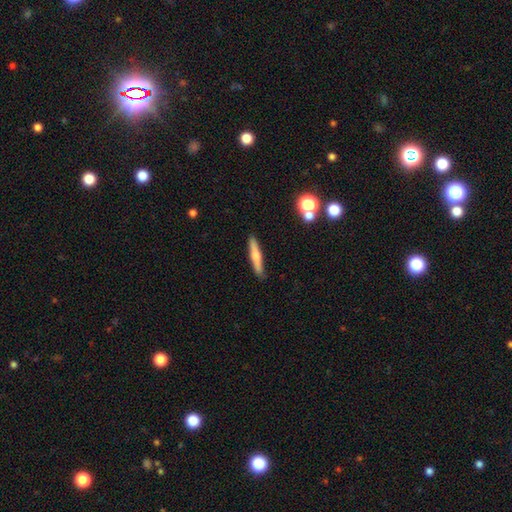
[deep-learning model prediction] The model was most divided on "smooth or featured": smooth: 55%, featured or disk: 38%, star or artifact: 7%. More confident: how rounded — cigar-shaped (91%); merging — none (89%).